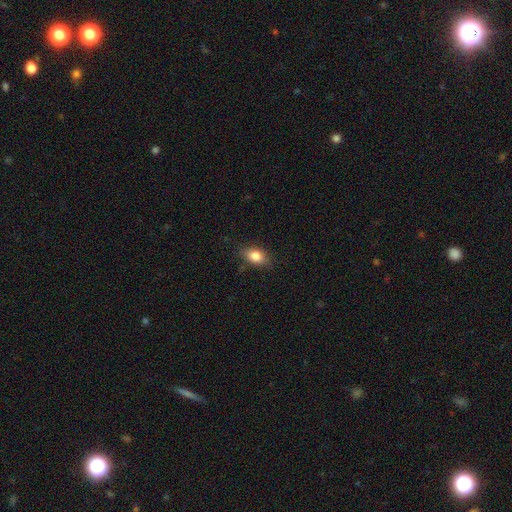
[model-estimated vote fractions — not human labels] Q: Smooth or featured?
A: smooth (82%); runner-up: featured or disk (9%)
Q: How rounded?
A: in between (82%); runner-up: round (15%)
Q: Merging?
A: none (81%); runner-up: minor disturbance (15%)